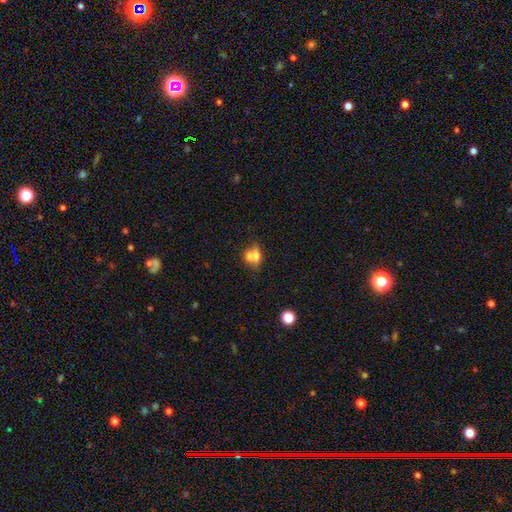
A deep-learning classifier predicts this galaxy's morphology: Smooth or featured?
  - smooth: 65% *
  - featured or disk: 24%
  - star or artifact: 11%
How rounded?
  - in between: 54% *
  - round: 42%
  - cigar-shaped: 4%
Merging?
  - merger: 60% *
  - none: 26%
  - minor disturbance: 9%
  - major disturbance: 5%